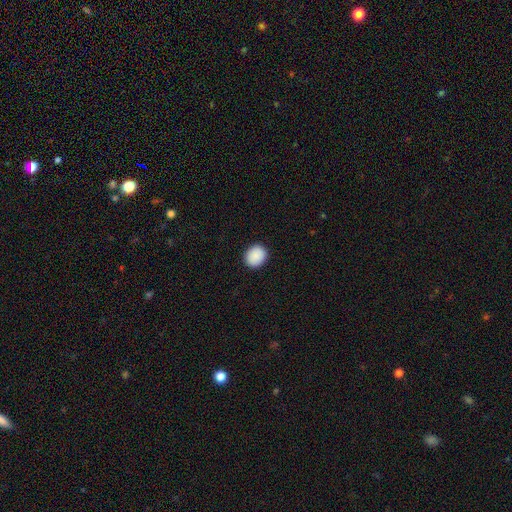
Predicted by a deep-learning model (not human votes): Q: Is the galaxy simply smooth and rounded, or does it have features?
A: smooth — 90%.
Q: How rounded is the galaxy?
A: round — 63%.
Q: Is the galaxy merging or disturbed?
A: none — 90%.